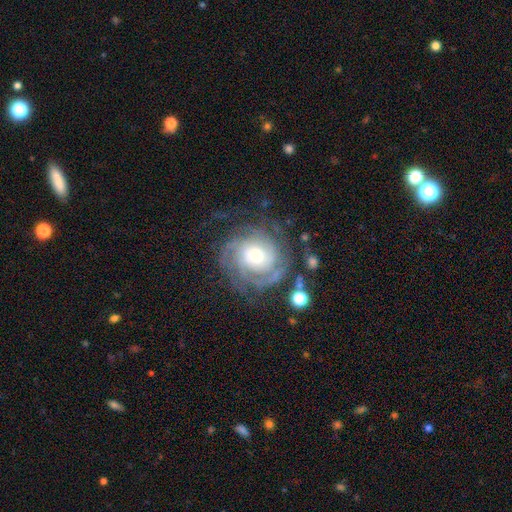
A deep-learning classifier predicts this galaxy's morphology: The model was most divided on "spiral arm count": can't tell: 31%, 3: 24%, 2: 21%, 4: 12%, more than 4: 6%, 1: 6%. More confident: edge-on disk — no (97%); spiral arms — yes (95%); smooth or featured — featured or disk (83%); bar — no (72%); spiral winding — tight (68%); merging — none (68%); bulge size — moderate (53%).